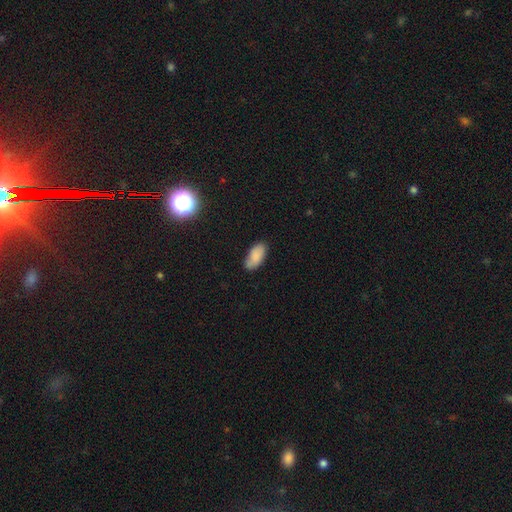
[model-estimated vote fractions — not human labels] The model was most divided on "merging": none: 77%, minor disturbance: 19%, major disturbance: 3%, merger: 2%. More confident: how rounded — in between (93%); smooth or featured — smooth (83%).